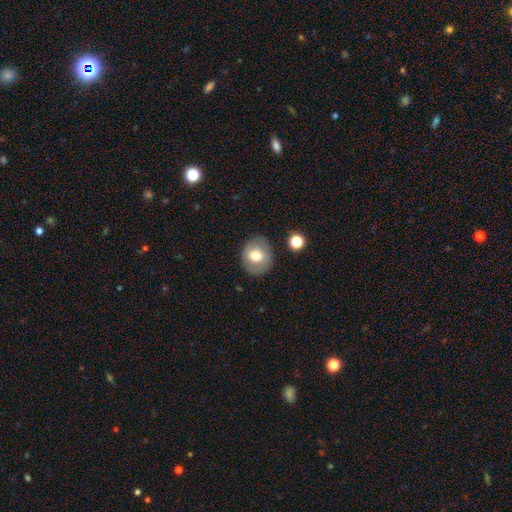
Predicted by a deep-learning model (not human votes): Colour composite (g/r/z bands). It shows a smooth galaxy with no disk features (66%) that is round (69%). Merging: none (82%).